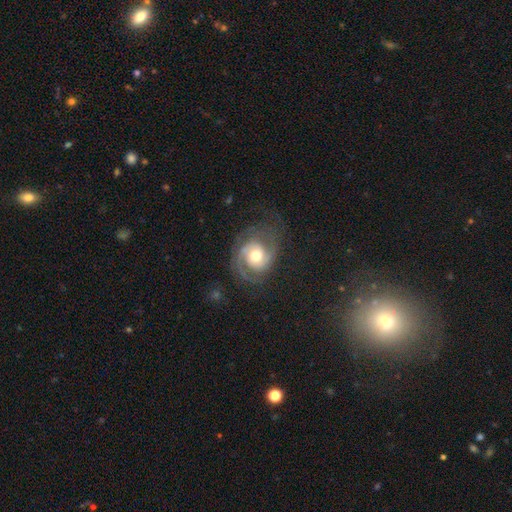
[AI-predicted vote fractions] This is clearly a featured or disk galaxy (86%). It is clearly not viewed edge-on (98%). Bar: likely no (69%). Spiral arm pattern: clearly yes (97%). Spiral arm count: likely 2 (75%). Spiral winding: possibly tight (47%). Central bulge: likely moderate (70%). Merging: likely none (68%).